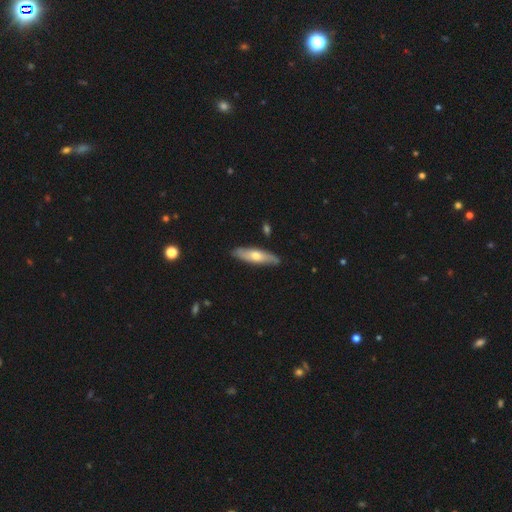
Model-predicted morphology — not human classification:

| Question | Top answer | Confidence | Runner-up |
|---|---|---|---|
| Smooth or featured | smooth | 53% | featured or disk (42%) |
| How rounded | cigar-shaped | 66% | in between (32%) |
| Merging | none | 86% | minor disturbance (11%) |